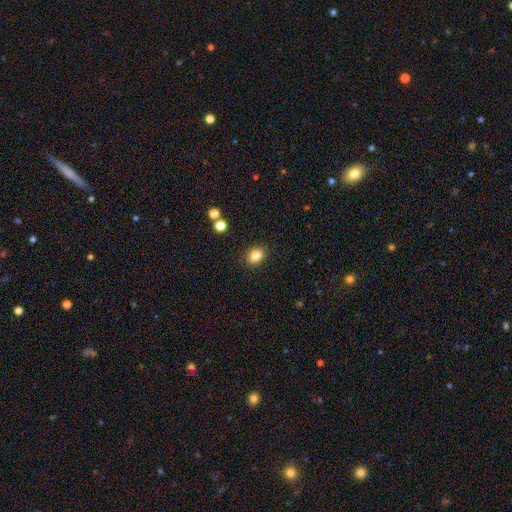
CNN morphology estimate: smooth 83%, star or artifact 11%, featured or disk 6%. Down the decision tree: how rounded — round (53%); merging — none (89%).